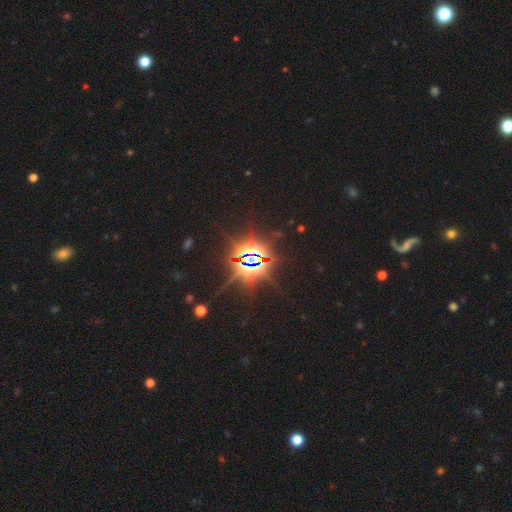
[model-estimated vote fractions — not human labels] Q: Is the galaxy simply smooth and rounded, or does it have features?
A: star or artifact — 85%.